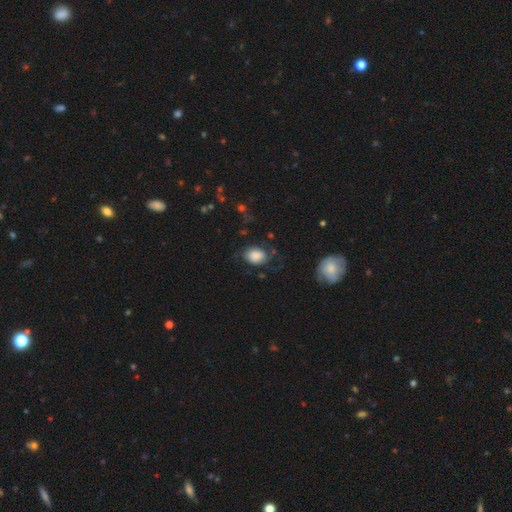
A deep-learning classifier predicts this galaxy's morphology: Smooth or featured? Predicted: smooth (p=0.70). How rounded? Predicted: in between (p=0.67). Merging? Predicted: none (p=0.55).